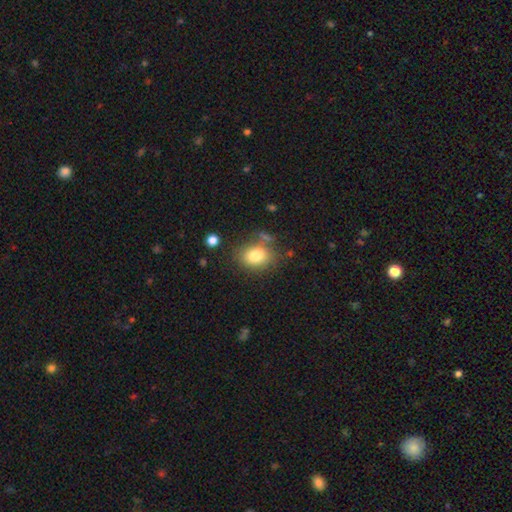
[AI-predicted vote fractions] Smooth or featured? Predicted: smooth (p=0.80). How rounded? Predicted: in between (p=0.58). Merging? Predicted: none (p=0.71).